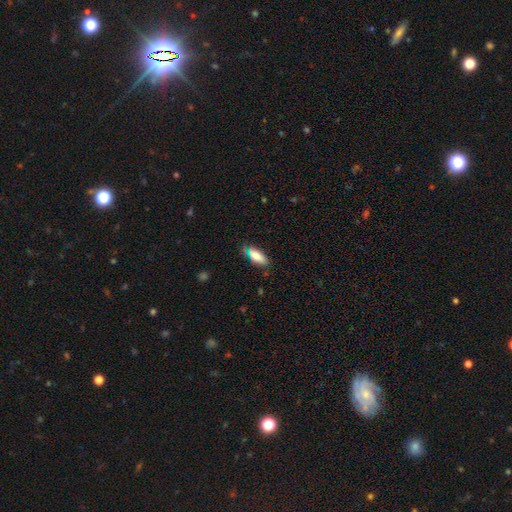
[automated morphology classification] smooth 80%, featured or disk 12%, star or artifact 8%. Down the decision tree: how rounded — in between (73%); merging — none (74%).